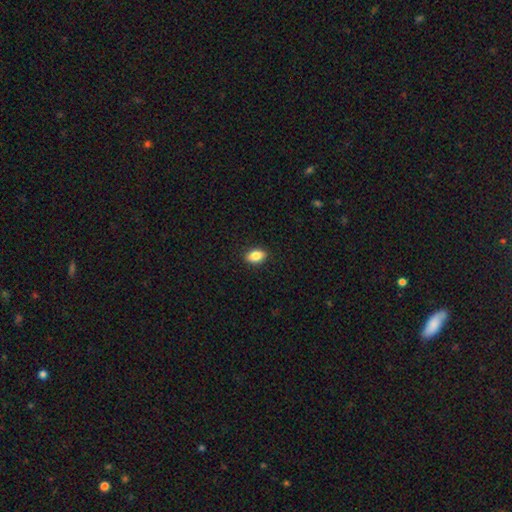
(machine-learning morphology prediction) The model was most divided on "how rounded": in between: 86%, round: 10%, cigar-shaped: 4%. More confident: merging — none (90%); smooth or featured — smooth (84%).